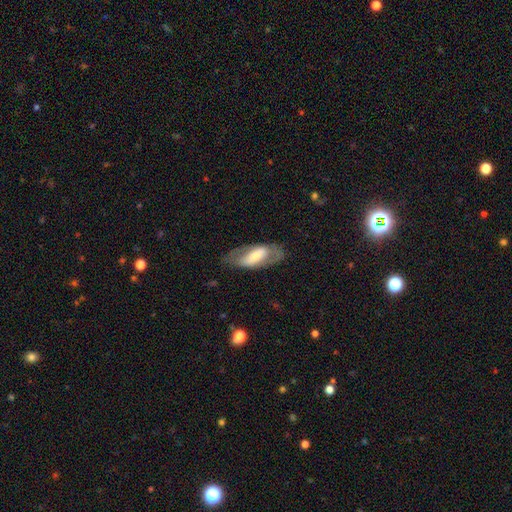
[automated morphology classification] Smooth or featured? Predicted: featured or disk (p=0.56). Edge-on disk? Predicted: no (p=0.85). Merging? Predicted: none (p=0.69).